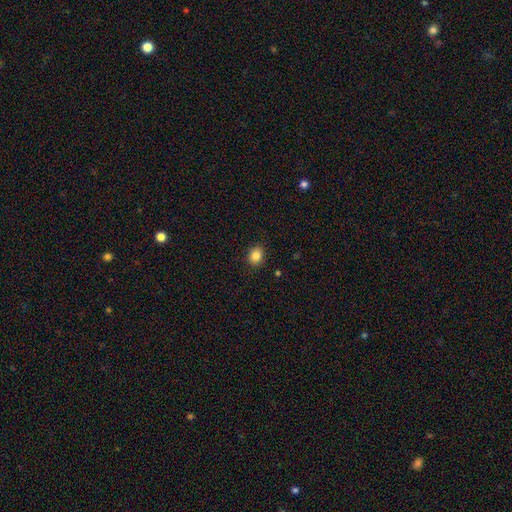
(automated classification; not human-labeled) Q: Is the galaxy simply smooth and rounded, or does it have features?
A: smooth — 85%.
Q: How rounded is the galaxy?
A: round — 58%.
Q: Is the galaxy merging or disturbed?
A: none — 89%.